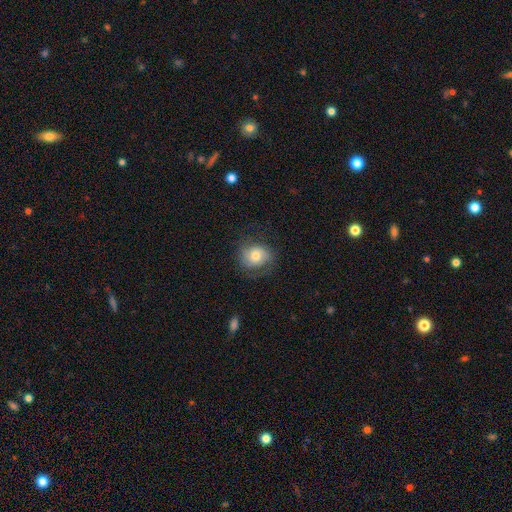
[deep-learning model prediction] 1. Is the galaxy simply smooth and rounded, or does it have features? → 57% smooth, 35% featured or disk, 8% star or artifact.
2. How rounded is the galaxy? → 71% round, 28% in between, 1% cigar-shaped.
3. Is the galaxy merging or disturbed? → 65% none, 20% minor disturbance, 13% major disturbance, 1% merger.